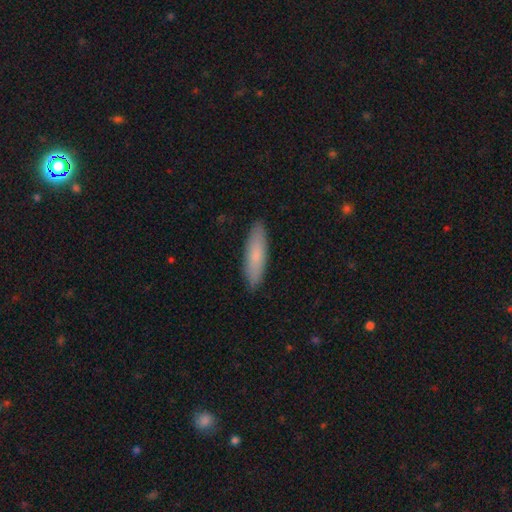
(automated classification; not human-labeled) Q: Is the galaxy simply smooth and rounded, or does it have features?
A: smooth — 78%.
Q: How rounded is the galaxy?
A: cigar-shaped — 69%.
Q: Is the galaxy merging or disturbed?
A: none — 89%.